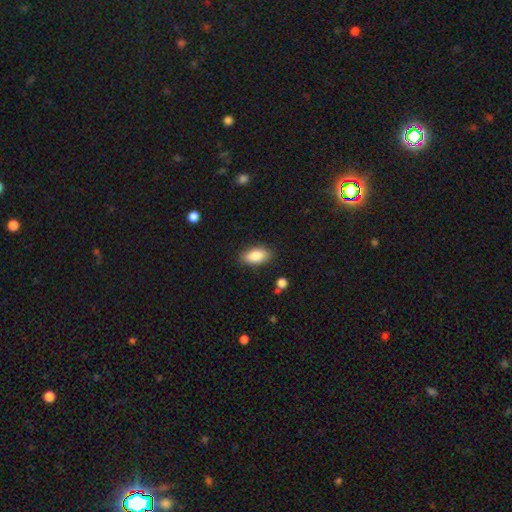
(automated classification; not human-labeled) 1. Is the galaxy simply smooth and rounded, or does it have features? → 85% smooth, 8% featured or disk, 7% star or artifact.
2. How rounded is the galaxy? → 91% in between, 5% cigar-shaped, 4% round.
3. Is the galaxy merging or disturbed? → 85% none, 11% minor disturbance, 3% major disturbance, 2% merger.